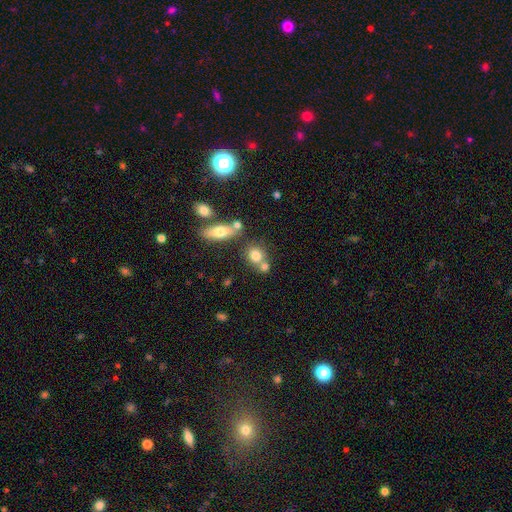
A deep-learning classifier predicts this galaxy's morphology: The model was most divided on "merging": none: 50%, merger: 36%, minor disturbance: 10%, major disturbance: 4%. More confident: smooth or featured — smooth (76%); how rounded — round (71%).